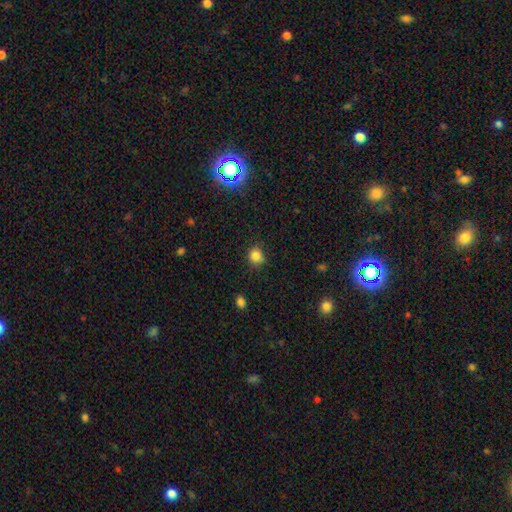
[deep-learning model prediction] The model was most divided on "how rounded": round: 84%, in between: 15%, cigar-shaped: 1%. More confident: smooth or featured — smooth (84%); merging — none (83%).